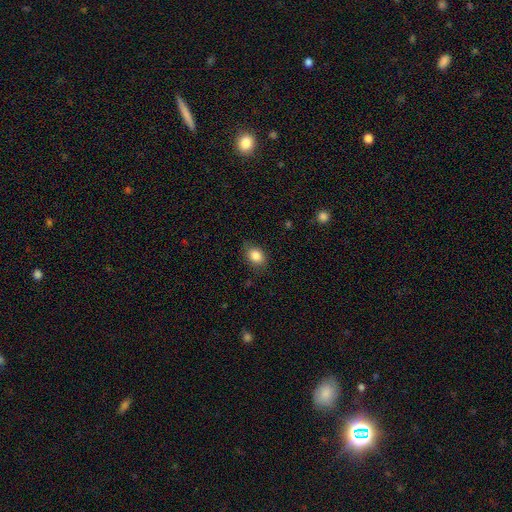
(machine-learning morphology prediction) This is clearly a smooth galaxy (85%). How rounded: likely in between (65%). Merging: likely none (78%).